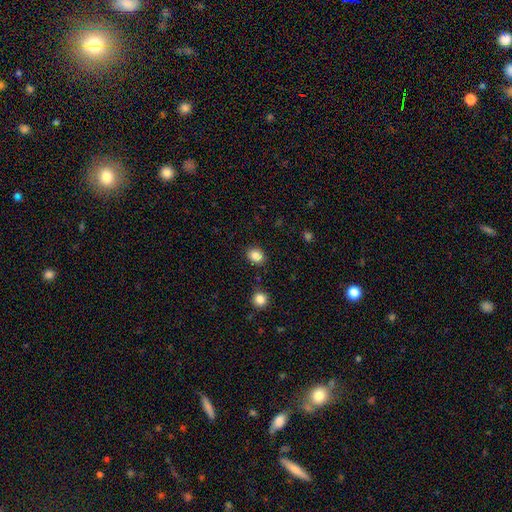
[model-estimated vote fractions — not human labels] smooth 86%, star or artifact 10%, featured or disk 4%. Down the decision tree: how rounded — round (55%); merging — none (86%).